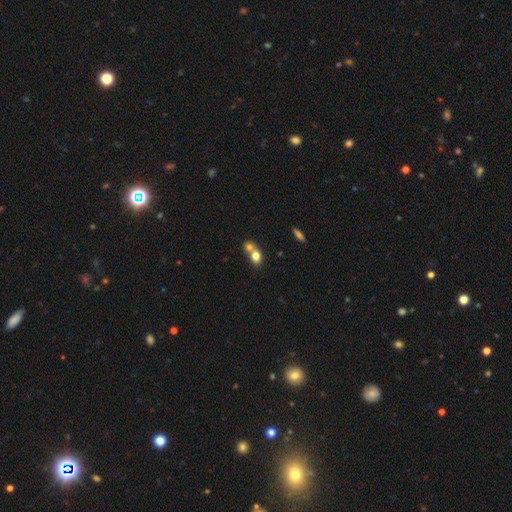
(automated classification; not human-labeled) The model was most divided on "how rounded": in between: 50%, round: 48%, cigar-shaped: 2%. More confident: smooth or featured — smooth (75%); merging — merger (62%).